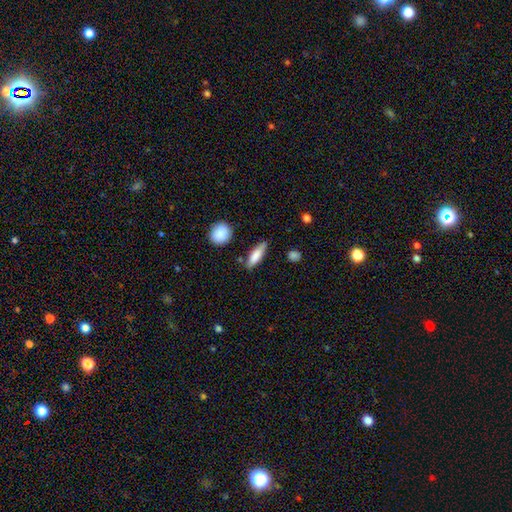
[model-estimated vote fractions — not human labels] Q: Smooth or featured?
A: smooth (80%); runner-up: featured or disk (14%)
Q: How rounded?
A: cigar-shaped (53%); runner-up: in between (44%)
Q: Merging?
A: none (76%); runner-up: minor disturbance (17%)